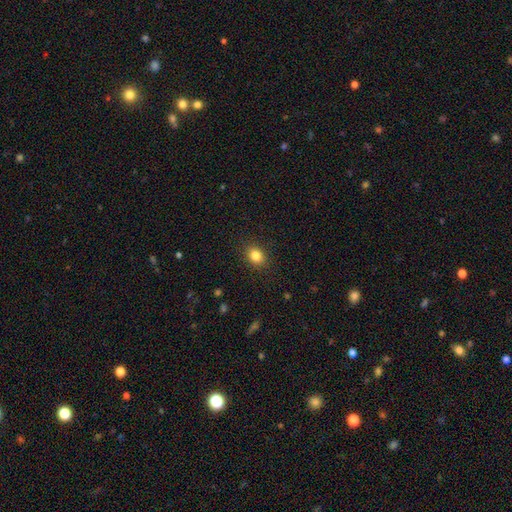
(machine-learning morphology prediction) smooth 83%, star or artifact 11%, featured or disk 6%. Down the decision tree: how rounded — in between (52%); merging — none (88%).